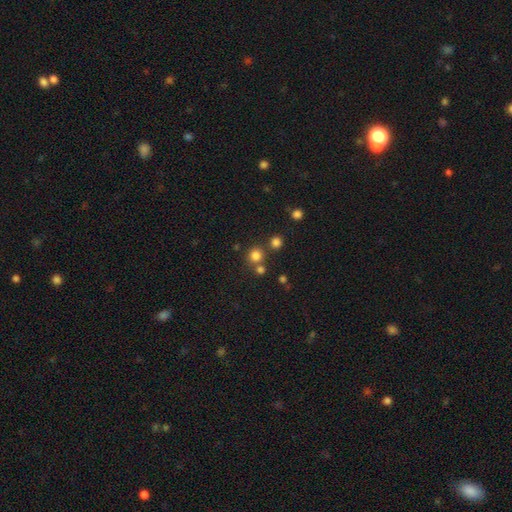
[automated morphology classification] Overall: smooth (77%). How rounded: round (92%). Merging: none (71%).